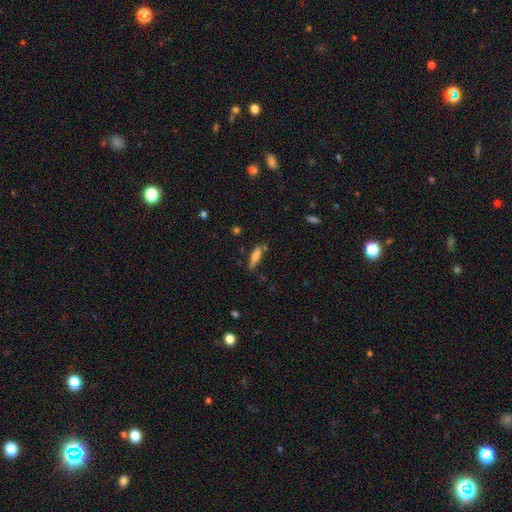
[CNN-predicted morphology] This appears to be a smooth galaxy with no disk features (73%) that is cigar-shaped (64%). Merging: none (68%).